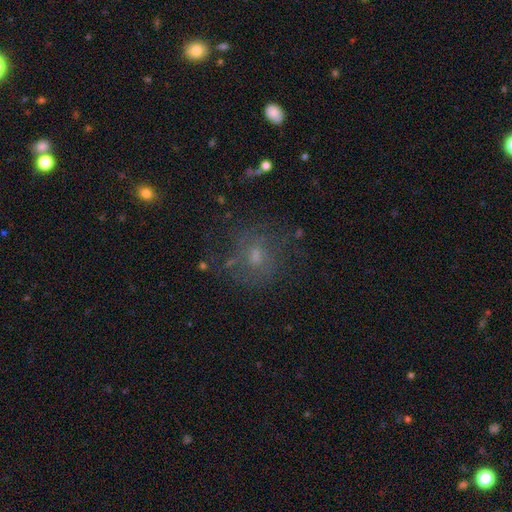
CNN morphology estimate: This is marginally a smooth galaxy (38%). Merging: likely none (69%).